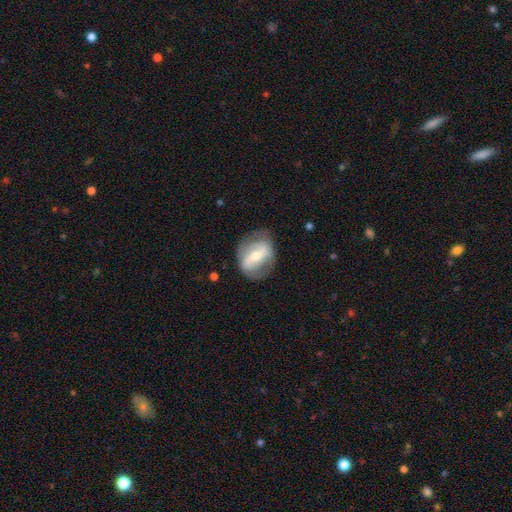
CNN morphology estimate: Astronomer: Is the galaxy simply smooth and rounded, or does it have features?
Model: featured or disk — 68%.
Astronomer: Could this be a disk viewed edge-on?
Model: no — 94%.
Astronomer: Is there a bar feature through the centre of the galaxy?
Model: strong — 52% (runner-up: weak, 31%).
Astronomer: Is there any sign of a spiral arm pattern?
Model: yes — 65%.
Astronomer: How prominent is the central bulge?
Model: moderate — 53% (runner-up: small, 40%).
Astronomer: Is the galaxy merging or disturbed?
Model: none — 68%.